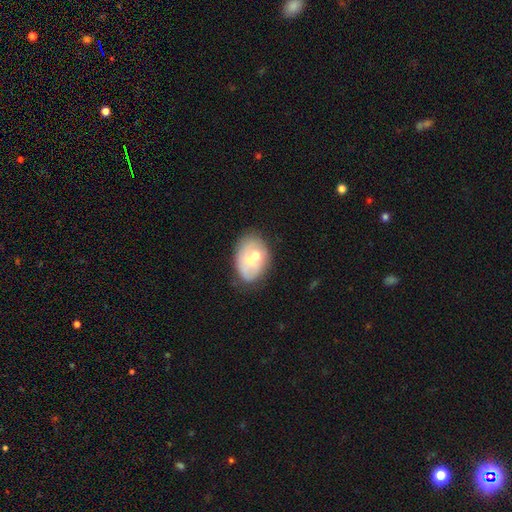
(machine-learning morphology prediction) smooth_or_featured: smooth (p=0.49) [alt: featured or disk p=0.44]
merging: none (p=0.47) [alt: minor disturbance p=0.23]